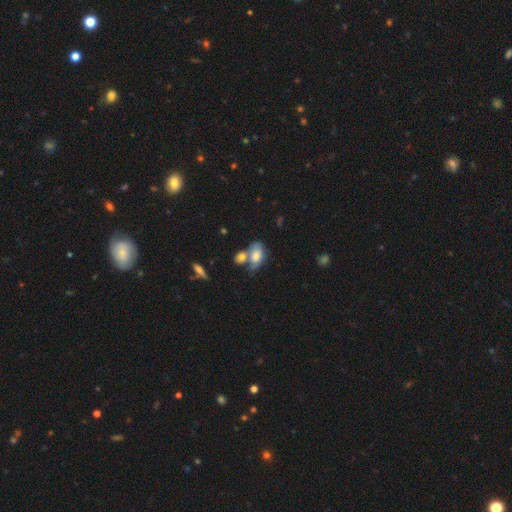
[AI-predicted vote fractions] Smooth or featured?
  - smooth: 72% *
  - featured or disk: 20%
  - star or artifact: 8%
How rounded?
  - in between: 89% *
  - round: 8%
  - cigar-shaped: 3%
Merging?
  - merger: 45% *
  - none: 31%
  - minor disturbance: 16%
  - major disturbance: 7%